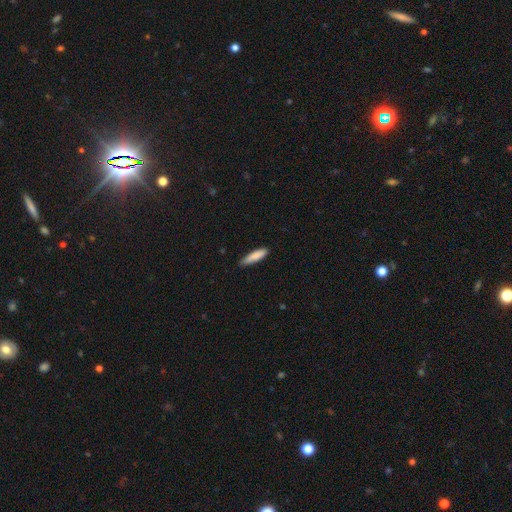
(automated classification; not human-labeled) Morphology: type=smooth (86%); roundness=cigar-shaped (74%); merging=none (79%).